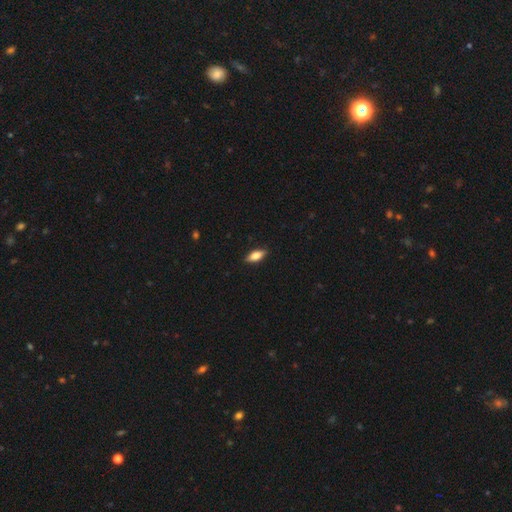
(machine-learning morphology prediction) smooth 70%, featured or disk 23%, star or artifact 7%. Down the decision tree: how rounded — in between (74%); merging — none (88%).